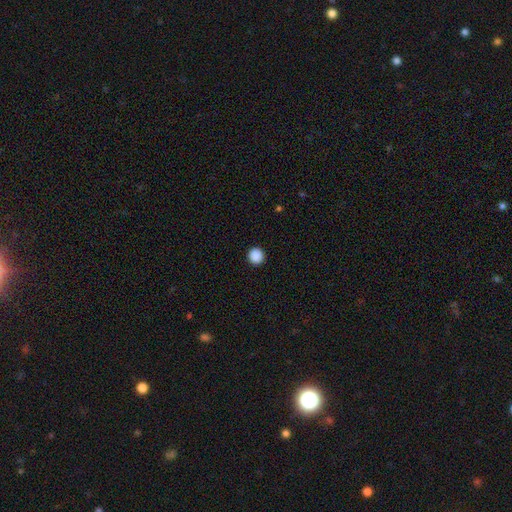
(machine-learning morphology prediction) Smooth or featured?
  - smooth: 89% *
  - star or artifact: 9%
  - featured or disk: 2%
How rounded?
  - round: 94% *
  - in between: 5%
  - cigar-shaped: 1%
Merging?
  - none: 93% *
  - minor disturbance: 4%
  - major disturbance: 2%
  - merger: 1%